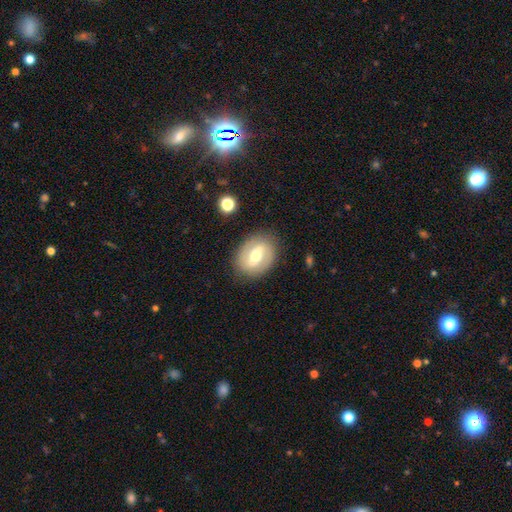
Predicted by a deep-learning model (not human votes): Smooth or featured: featured or disk — 64% (smooth — 30%)
Edge-on disk: no — 94% (yes — 6%)
Bar: strong — 42% (weak — 40%)
Spiral arms: yes — 65% (no — 35%)
Bulge size: moderate — 69% (small — 22%)
Merging: none — 85% (minor disturbance — 10%)